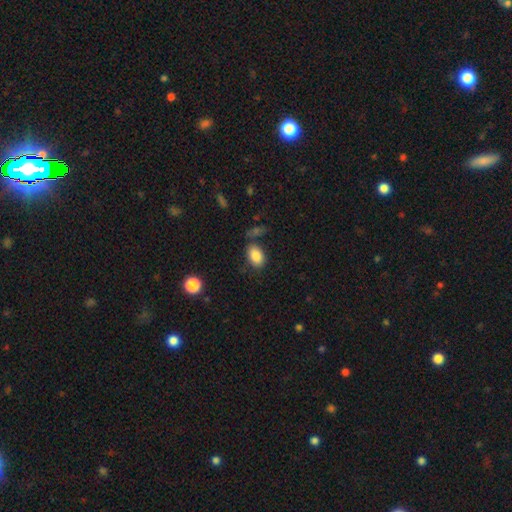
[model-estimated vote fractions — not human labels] The model was most divided on "merging": none: 74%, minor disturbance: 15%, merger: 7%, major disturbance: 5%. More confident: smooth or featured — smooth (87%); how rounded — in between (85%).